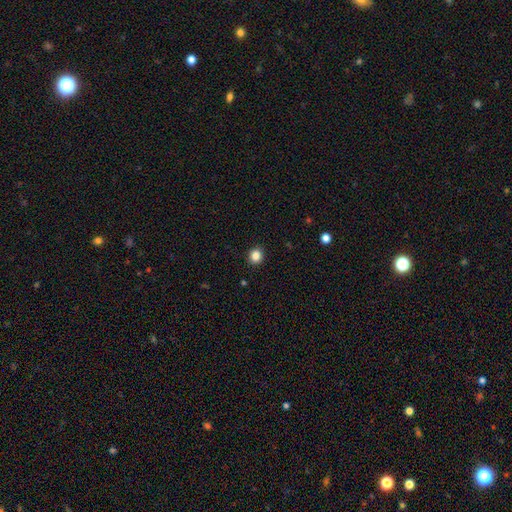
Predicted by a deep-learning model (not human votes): Smooth or featured? Predicted: smooth (p=0.85). How rounded? Predicted: round (p=0.84). Merging? Predicted: none (p=0.92).